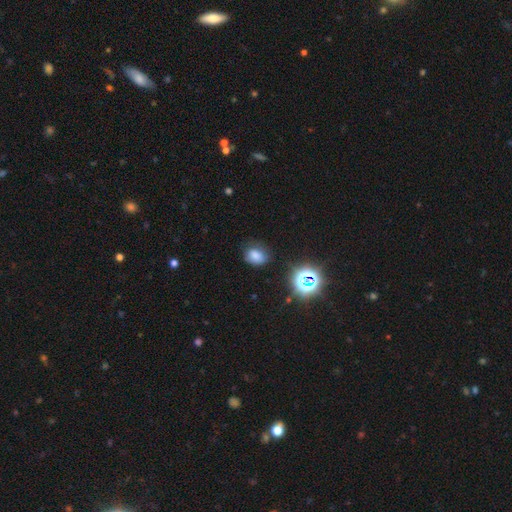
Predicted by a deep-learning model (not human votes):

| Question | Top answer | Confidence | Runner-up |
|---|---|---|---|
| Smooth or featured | smooth | 73% | star or artifact (19%) |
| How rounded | in between | 62% | round (37%) |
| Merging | none | 70% | minor disturbance (21%) |